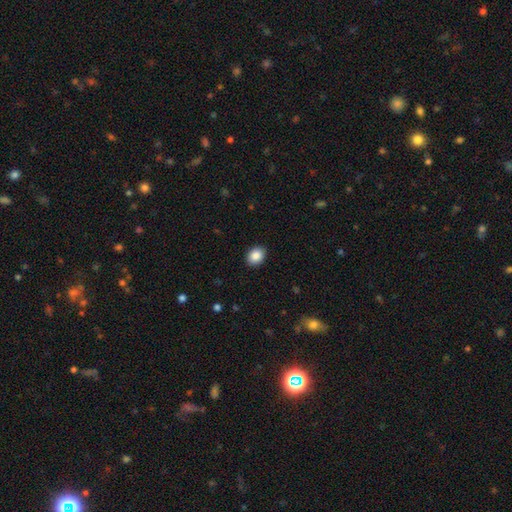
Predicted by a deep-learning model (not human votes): Morphology: type=smooth (88%); roundness=in between (63%); merging=none (90%).